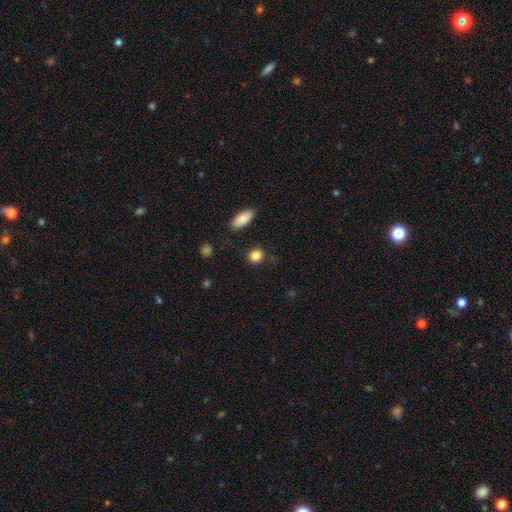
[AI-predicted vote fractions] smooth 85%, star or artifact 10%, featured or disk 5%. Down the decision tree: how rounded — round (71%); merging — none (82%).